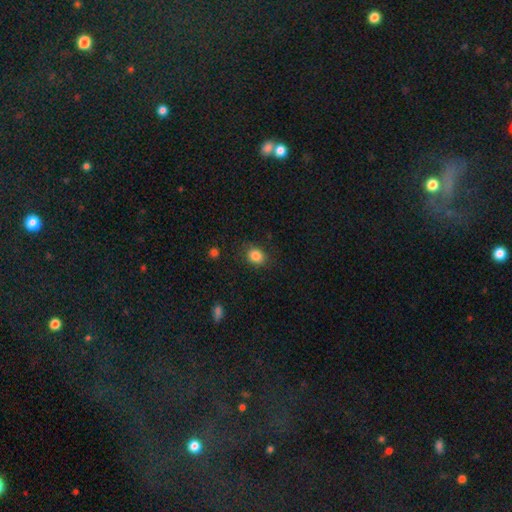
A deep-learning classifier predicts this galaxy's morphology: This is clearly a smooth galaxy (85%). How rounded: possibly round (55%). Merging: clearly none (83%).